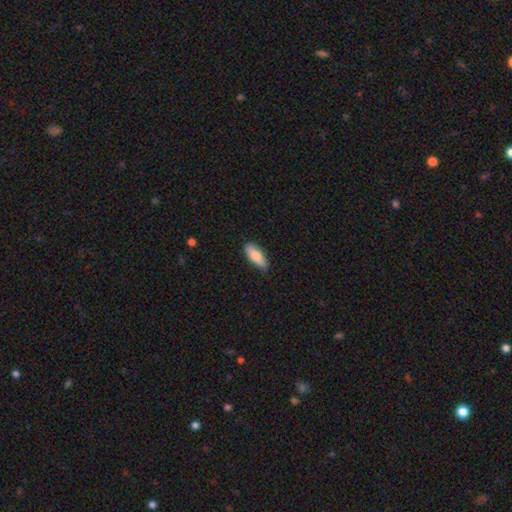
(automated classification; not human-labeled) smooth_or_featured: smooth (p=0.80) [alt: featured or disk p=0.14]
how_rounded: in between (p=0.73) [alt: cigar-shaped p=0.25]
merging: none (p=0.79) [alt: minor disturbance p=0.17]